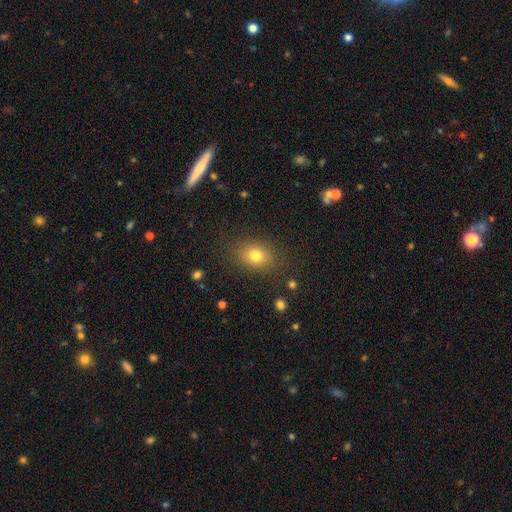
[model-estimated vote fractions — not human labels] Q: Smooth or featured?
A: smooth (78%); runner-up: star or artifact (13%)
Q: How rounded?
A: in between (55%); runner-up: round (44%)
Q: Merging?
A: none (84%); runner-up: minor disturbance (10%)